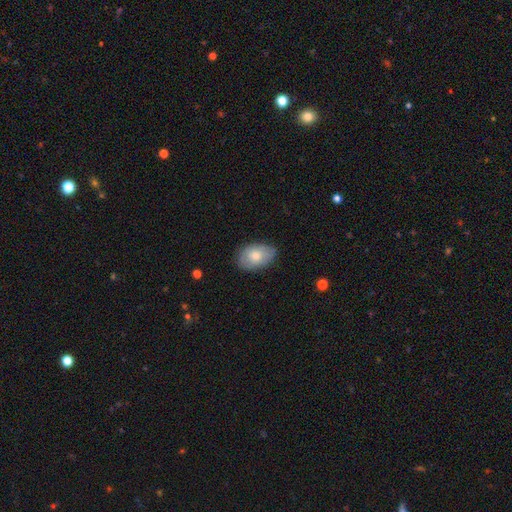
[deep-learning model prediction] Q: Smooth or featured?
A: smooth (69%); runner-up: featured or disk (25%)
Q: How rounded?
A: in between (88%); runner-up: round (11%)
Q: Merging?
A: none (76%); runner-up: minor disturbance (19%)